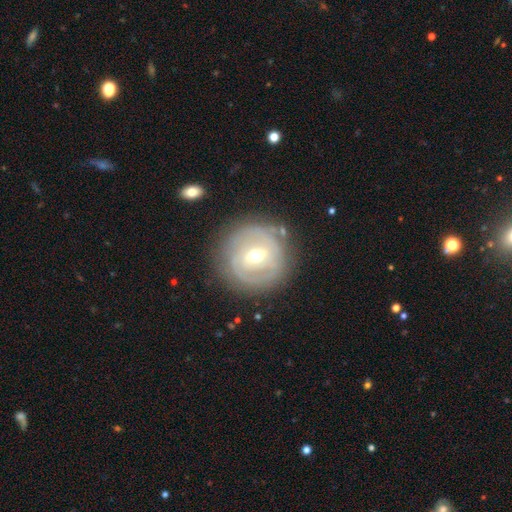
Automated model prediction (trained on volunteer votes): A featured or disk galaxy (71%) with a weak bar (51%), spiral arms (70%) and a moderate central bulge (69%).

Vote fractions:
- Smooth or featured? featured or disk: 71% / smooth: 22% / star or artifact: 7%
- Edge-on disk? no: 96% / yes: 4%
- Bar? weak: 51% / no: 26% / strong: 23%
- Spiral arms? yes: 70% / no: 30%
- Bulge size? moderate: 69% / small: 24% / large: 5% / dominant: 1% / none: 1%
- Merging? none: 79% / minor disturbance: 13% / major disturbance: 5% / merger: 2%